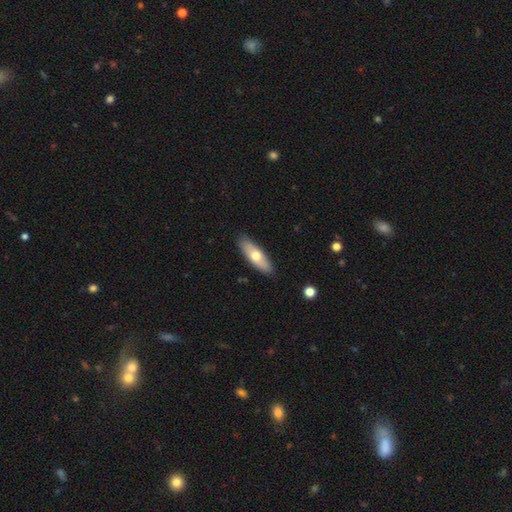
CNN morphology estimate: A smooth galaxy with no disk features (61%) that is in between round and cigar-shaped (58%). Merging: none (88%).